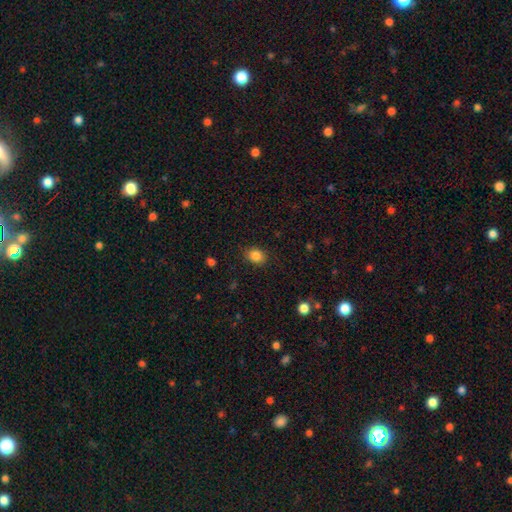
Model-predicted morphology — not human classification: smooth-or-featured: smooth: 85% | star or artifact: 10% | featured or disk: 5%
  how-rounded: round: 50% | in between: 49% | cigar-shaped: 1%
  merging: none: 87% | minor disturbance: 9% | major disturbance: 3% | merger: 1%